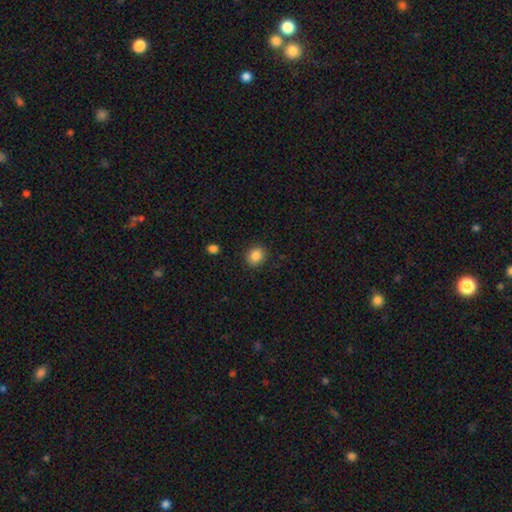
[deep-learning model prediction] Smooth or featured?
  - smooth: 87% *
  - star or artifact: 9%
  - featured or disk: 4%
How rounded?
  - round: 71% *
  - in between: 28%
  - cigar-shaped: 1%
Merging?
  - none: 89% *
  - minor disturbance: 7%
  - major disturbance: 2%
  - merger: 1%